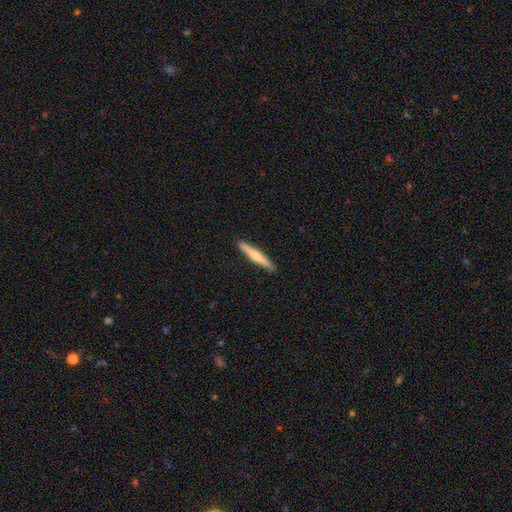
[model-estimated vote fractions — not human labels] Smooth or featured? smooth (55%)
How rounded? cigar-shaped (94%)
Merging? none (92%)